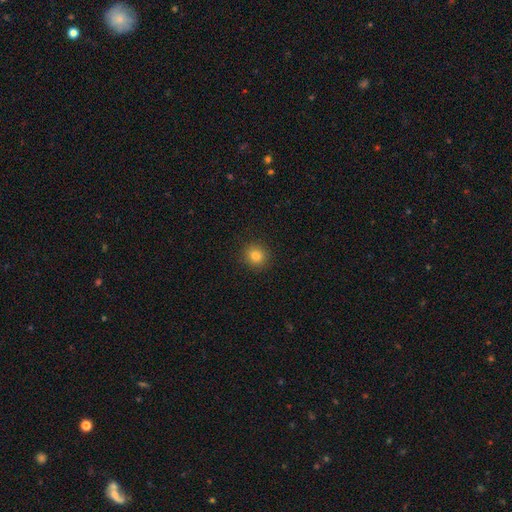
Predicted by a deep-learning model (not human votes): This is clearly a smooth galaxy (83%). How rounded: clearly round (90%). Merging: clearly none (92%).